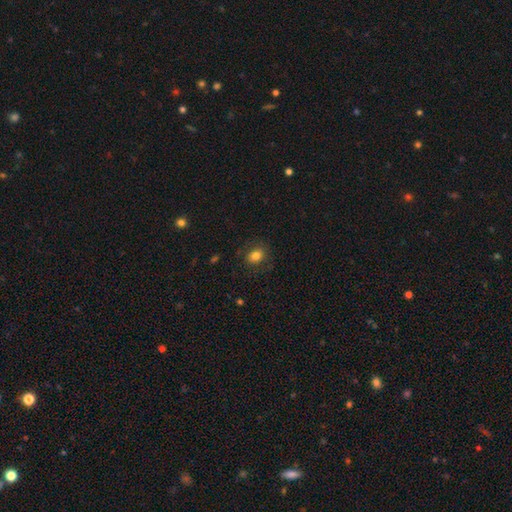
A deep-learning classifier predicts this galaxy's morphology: Smooth or featured: smooth — 81% (star or artifact — 11%)
How rounded: round — 55% (in between — 44%)
Merging: none — 81% (minor disturbance — 13%)